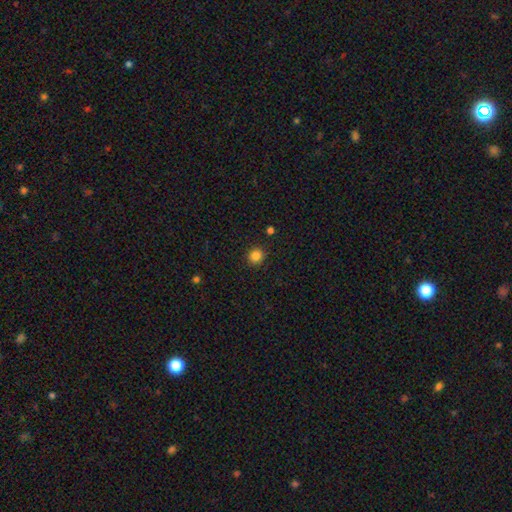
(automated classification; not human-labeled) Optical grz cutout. It shows a smooth galaxy with no disk features (84%) that is round (87%). Merging: none (90%).